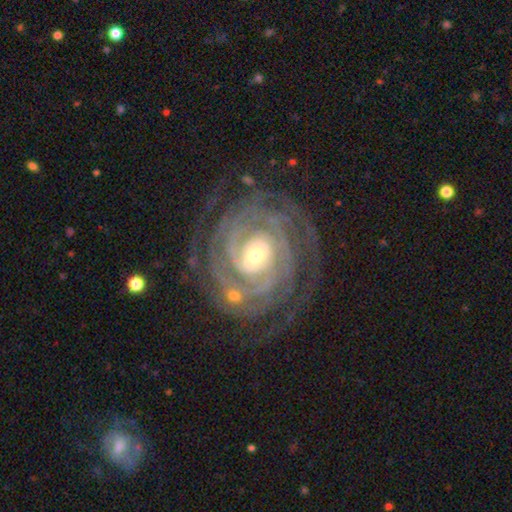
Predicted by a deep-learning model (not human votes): Overall: featured or disk (92%). Edge-on disk: no (98%). Bar: weak (41%; no 35%). Spiral arms: yes (98%). Spiral arm count: can't tell (21%; 4 20%). Spiral winding: tight (80%). Bulge size: small (50%; moderate 43%). Merging: none (76%).